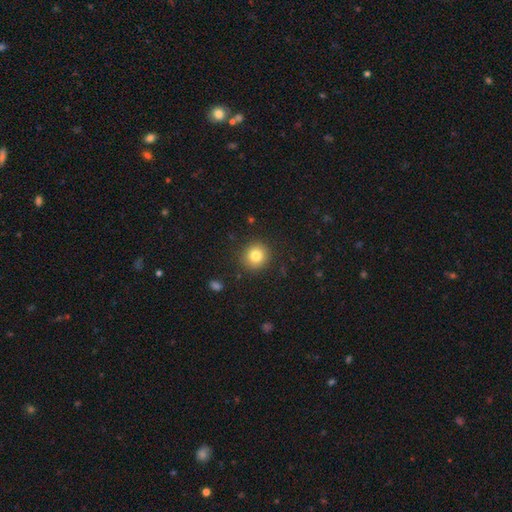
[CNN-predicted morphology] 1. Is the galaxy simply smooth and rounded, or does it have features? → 81% smooth, 11% star or artifact, 9% featured or disk.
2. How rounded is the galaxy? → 92% round, 7% in between, 1% cigar-shaped.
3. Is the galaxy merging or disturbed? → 90% none, 6% minor disturbance, 2% major disturbance, 1% merger.